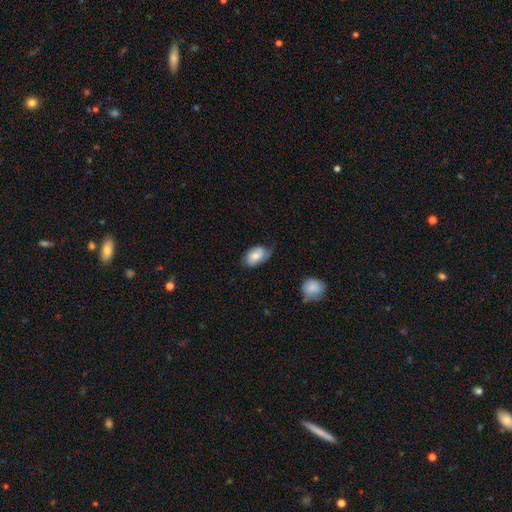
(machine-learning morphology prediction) A smooth galaxy with no disk features (69%) that is in between round and cigar-shaped (89%). Merging: none (54%).